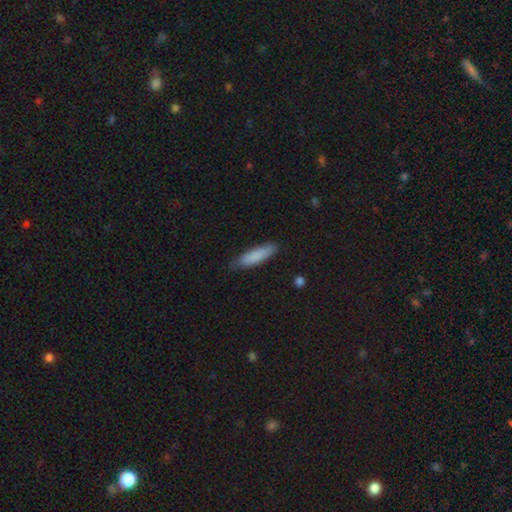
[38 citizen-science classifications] smooth-or-featured: smooth: 92% | star or artifact: 5% | featured or disk: 3%
  how-rounded: cigar-shaped: 77% | in between: 23% | round: 0%
  merging: none: 81% | minor disturbance: 14% | major disturbance: 6% | merger: 0%